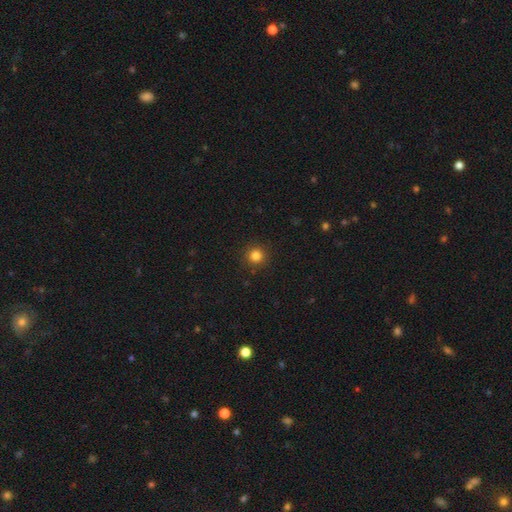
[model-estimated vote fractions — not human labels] Smooth or featured: smooth — 83% (star or artifact — 12%)
How rounded: round — 95% (in between — 4%)
Merging: none — 91% (minor disturbance — 6%)